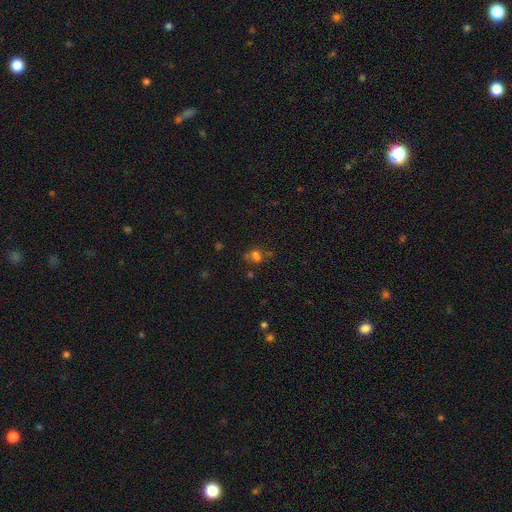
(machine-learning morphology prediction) Smooth or featured? smooth (56%)
How rounded? in between (49%)
Merging? none (50%)